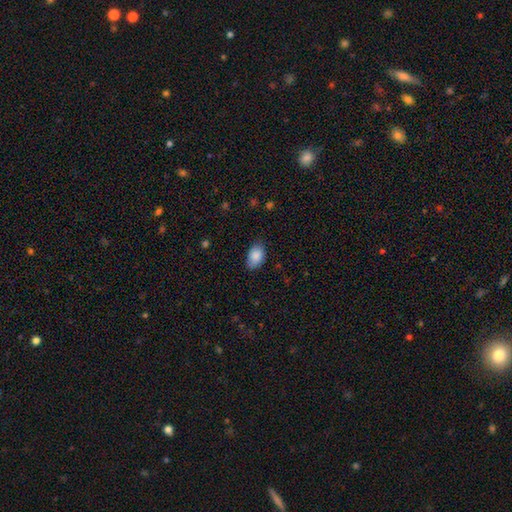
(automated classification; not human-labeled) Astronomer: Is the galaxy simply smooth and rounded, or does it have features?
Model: smooth — 88%.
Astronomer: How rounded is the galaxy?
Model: in between — 91%.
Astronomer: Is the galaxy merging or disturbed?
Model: none — 74%.